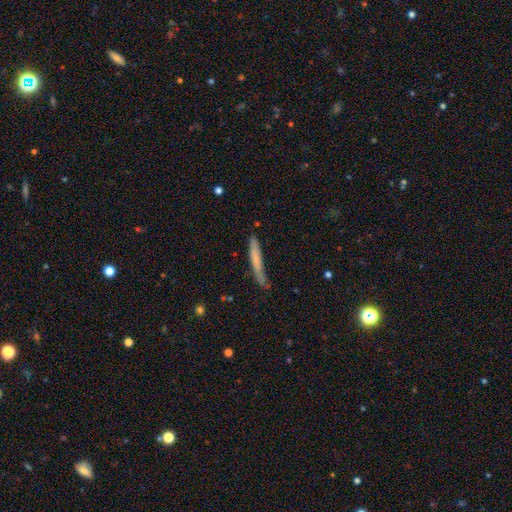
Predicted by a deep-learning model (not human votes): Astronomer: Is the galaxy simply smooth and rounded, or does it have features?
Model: smooth — 61%.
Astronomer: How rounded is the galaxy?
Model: cigar-shaped — 95%.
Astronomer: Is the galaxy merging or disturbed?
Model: none — 66%.